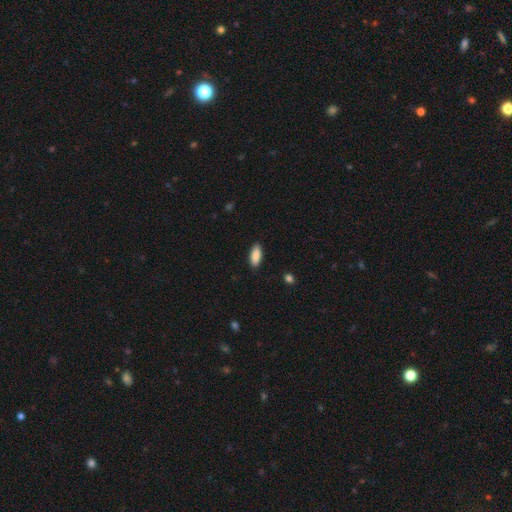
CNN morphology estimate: Smooth or featured?
  - smooth: 89% *
  - star or artifact: 6%
  - featured or disk: 5%
How rounded?
  - in between: 82% *
  - cigar-shaped: 16%
  - round: 2%
Merging?
  - none: 88% *
  - minor disturbance: 9%
  - major disturbance: 2%
  - merger: 1%